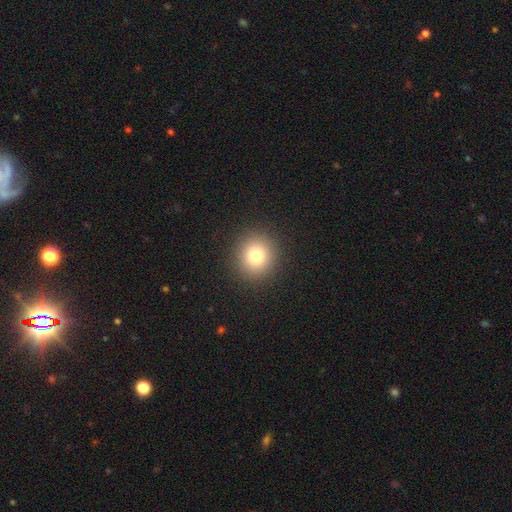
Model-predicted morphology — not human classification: Smooth or featured? Predicted: smooth (p=0.80). How rounded? Predicted: round (p=0.88). Merging? Predicted: none (p=0.91).